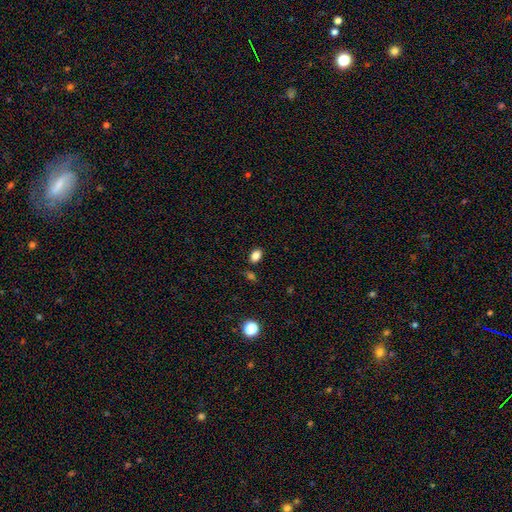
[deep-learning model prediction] smooth 84%, star or artifact 11%, featured or disk 5%. Down the decision tree: how rounded — in between (80%); merging — none (81%).